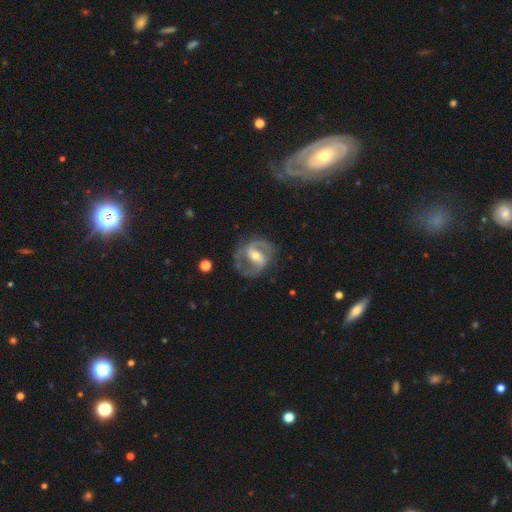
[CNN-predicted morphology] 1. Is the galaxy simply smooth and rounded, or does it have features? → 87% featured or disk, 8% smooth, 5% star or artifact.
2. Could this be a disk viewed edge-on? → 97% no, 3% yes.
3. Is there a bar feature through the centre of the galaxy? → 44% strong, 41% weak, 16% no.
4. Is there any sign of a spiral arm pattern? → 93% yes, 7% no.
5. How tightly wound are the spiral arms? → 57% medium, 23% tight, 21% loose.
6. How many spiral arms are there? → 89% 2, 5% can't tell, 3% 1, 2% 3, 1% 4, 1% more than 4.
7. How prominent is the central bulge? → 59% moderate, 35% small, 4% large, 1% none, 1% dominant.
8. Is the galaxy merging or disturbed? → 74% none, 16% minor disturbance, 9% major disturbance, 2% merger.